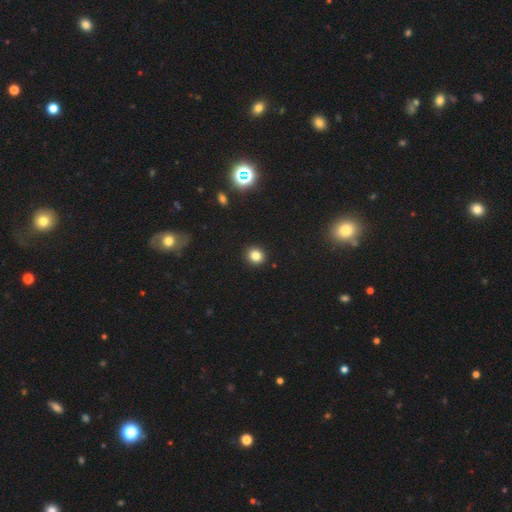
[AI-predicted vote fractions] Smooth or featured? smooth (82%)
How rounded? round (82%)
Merging? none (92%)